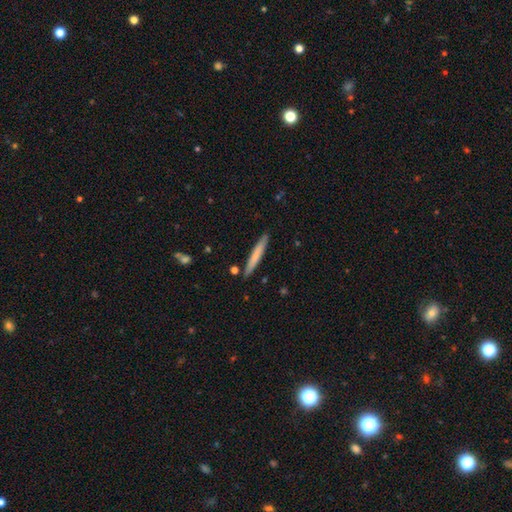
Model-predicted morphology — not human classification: smooth 69%, featured or disk 25%, star or artifact 5%. Down the decision tree: how rounded — cigar-shaped (96%); merging — none (88%).